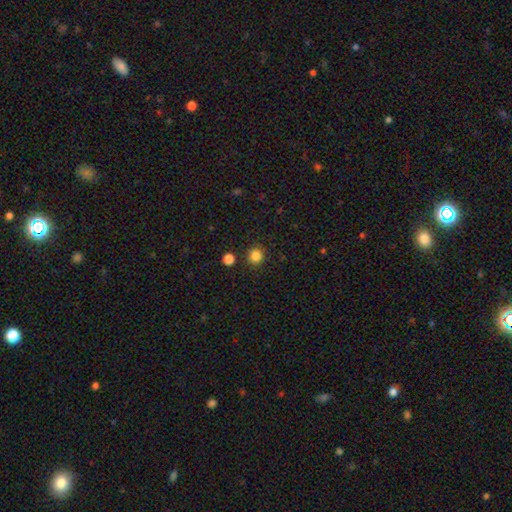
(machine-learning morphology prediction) Overall: smooth (84%). How rounded: round (93%). Merging: none (90%).